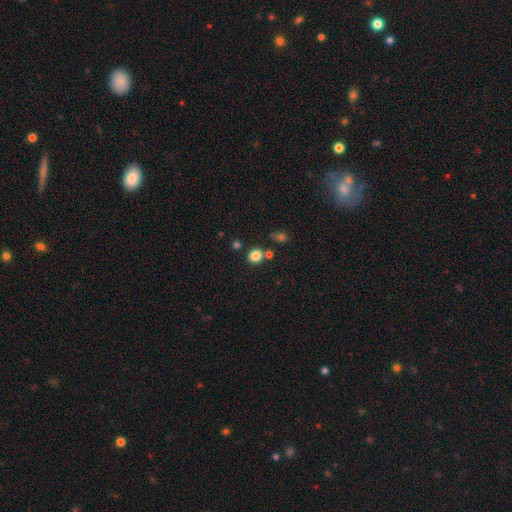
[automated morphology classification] The model was most divided on "how rounded": round: 71%, in between: 28%, cigar-shaped: 1%. More confident: smooth or featured — smooth (83%); merging — none (73%).